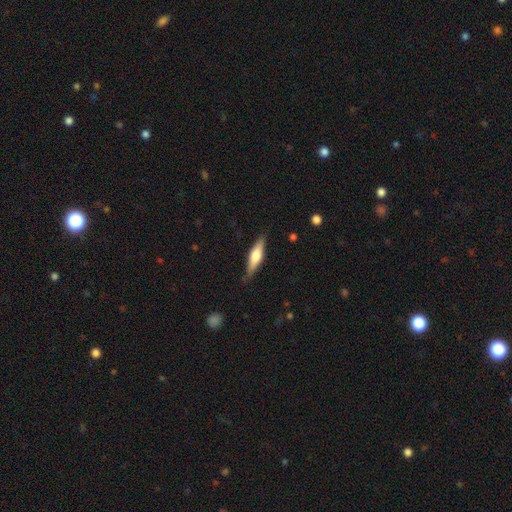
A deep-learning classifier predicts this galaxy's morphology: A smooth galaxy with no disk features (48%).

Vote fractions:
- Smooth or featured? smooth: 48% / featured or disk: 46% / star or artifact: 6%
- Merging? none: 83% / minor disturbance: 13% / major disturbance: 3% / merger: 1%